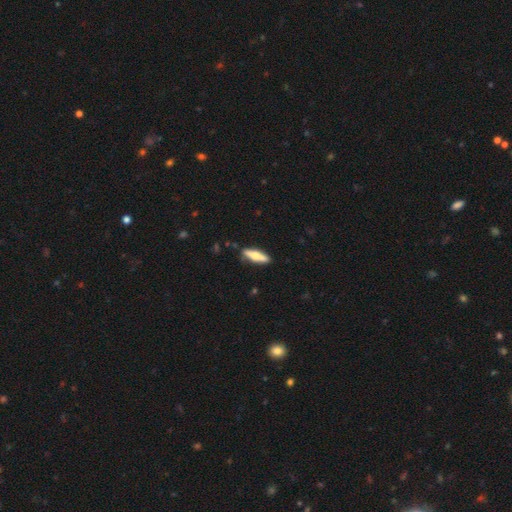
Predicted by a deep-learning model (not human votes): Smooth or featured: smooth — 54% (featured or disk — 41%)
How rounded: cigar-shaped — 66% (in between — 32%)
Merging: none — 86% (minor disturbance — 11%)